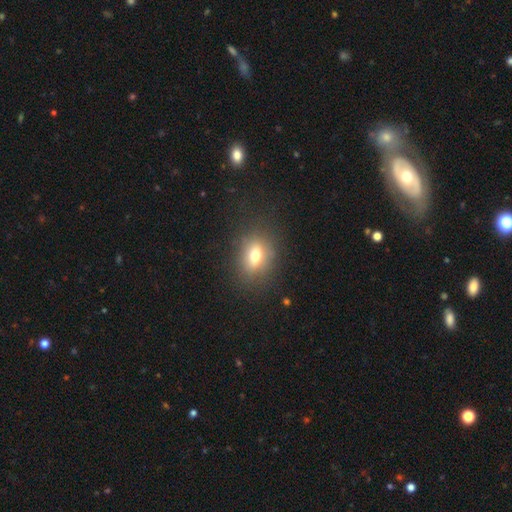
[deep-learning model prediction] Overall: smooth (69%). How rounded: in between (61%; round 36%). Merging: none (81%).